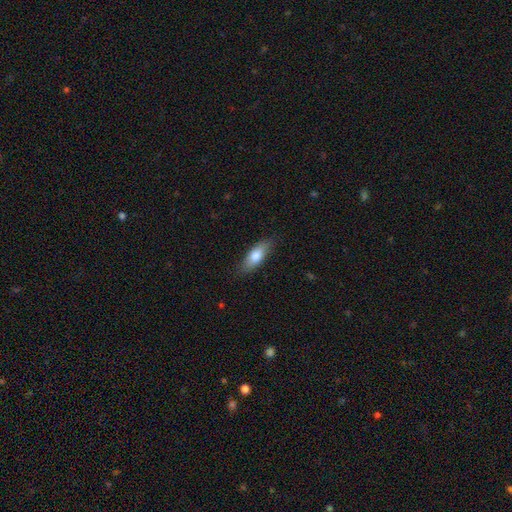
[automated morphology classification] The model was most divided on "how rounded": in between: 69%, cigar-shaped: 29%, round: 2%. More confident: merging — none (82%); smooth or featured — smooth (76%).